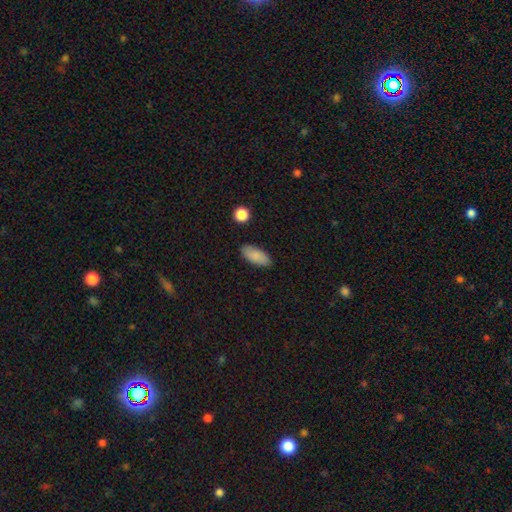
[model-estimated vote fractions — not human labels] Smooth or featured? smooth (87%)
How rounded? in between (88%)
Merging? none (86%)